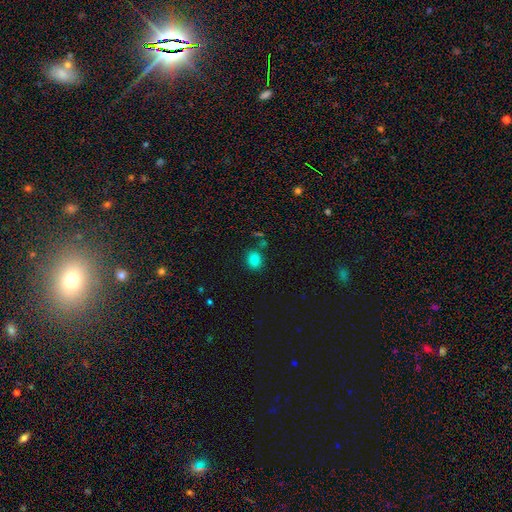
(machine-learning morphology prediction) Smooth or featured? smooth (82%)
How rounded? round (57%)
Merging? none (81%)